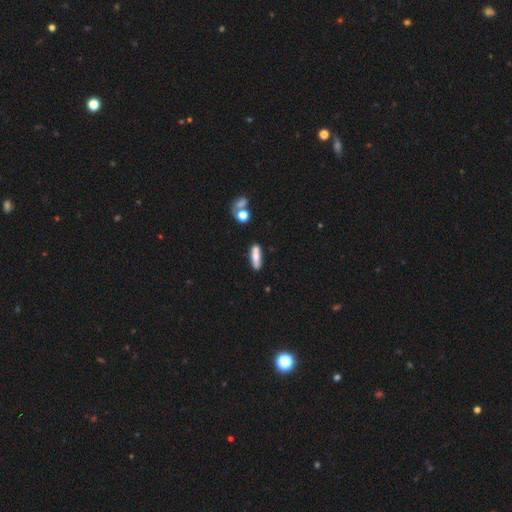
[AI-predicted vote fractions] Smooth or featured?
  - smooth: 69% *
  - featured or disk: 23%
  - star or artifact: 8%
How rounded?
  - cigar-shaped: 54% *
  - in between: 43%
  - round: 3%
Merging?
  - none: 66% *
  - minor disturbance: 16%
  - merger: 13%
  - major disturbance: 5%